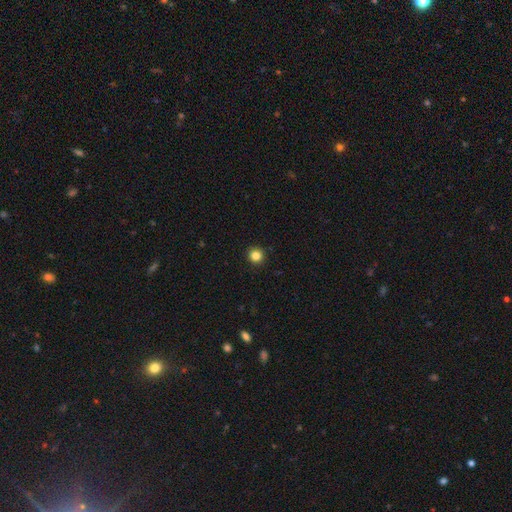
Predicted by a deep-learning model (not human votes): Smooth or featured: smooth — 84% (star or artifact — 12%)
How rounded: round — 95% (in between — 4%)
Merging: none — 93% (minor disturbance — 5%)